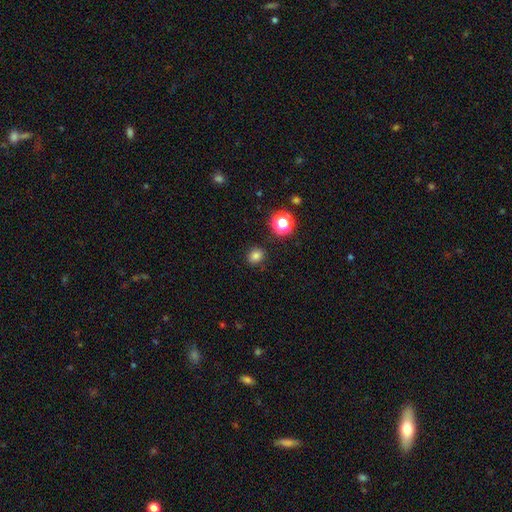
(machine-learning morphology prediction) Smooth or featured?
  - smooth: 79% *
  - star or artifact: 16%
  - featured or disk: 5%
How rounded?
  - round: 72% *
  - in between: 27%
  - cigar-shaped: 1%
Merging?
  - none: 88% *
  - minor disturbance: 8%
  - major disturbance: 3%
  - merger: 2%